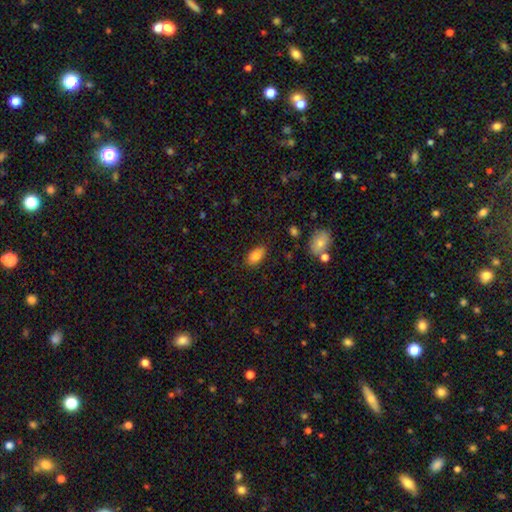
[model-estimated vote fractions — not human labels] A smooth galaxy with no disk features (84%) that is in between round and cigar-shaped (91%).

Vote fractions:
- Smooth or featured? smooth: 84% / star or artifact: 8% / featured or disk: 8%
- How rounded? in between: 91% / round: 6% / cigar-shaped: 3%
- Merging? none: 80% / minor disturbance: 15% / major disturbance: 3% / merger: 2%